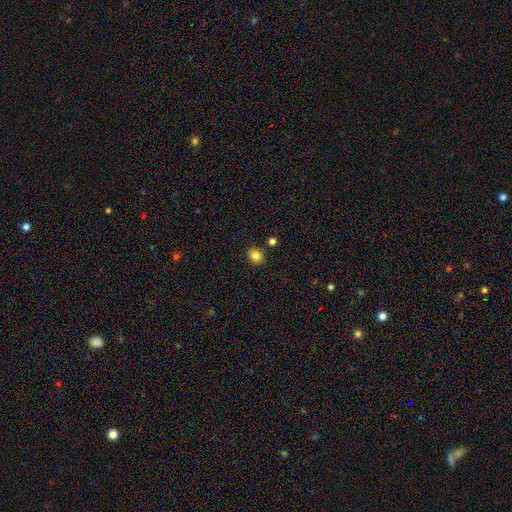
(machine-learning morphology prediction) type=smooth (83%); roundness=round (71%); merging=none (86%).